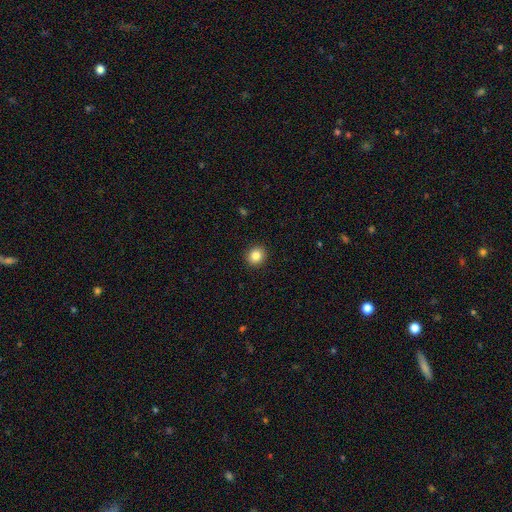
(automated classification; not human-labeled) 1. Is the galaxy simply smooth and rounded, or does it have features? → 85% smooth, 10% star or artifact, 5% featured or disk.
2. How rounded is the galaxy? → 83% round, 16% in between, 1% cigar-shaped.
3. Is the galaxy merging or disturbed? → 92% none, 5% minor disturbance, 2% major disturbance, 1% merger.